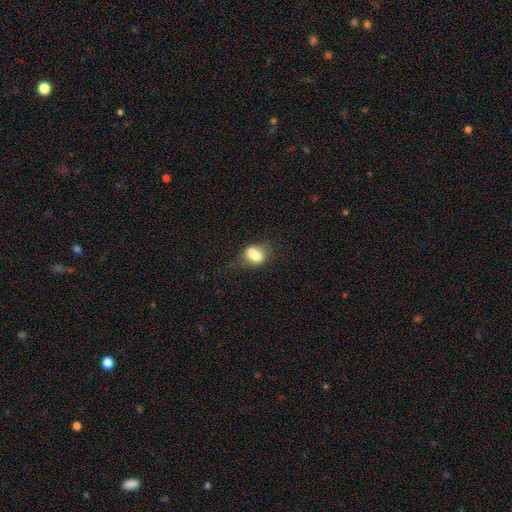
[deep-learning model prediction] Smooth or featured?
  - smooth: 70% *
  - featured or disk: 20%
  - star or artifact: 10%
How rounded?
  - round: 58% *
  - in between: 41%
  - cigar-shaped: 1%
Merging?
  - merger: 40% *
  - none: 37%
  - minor disturbance: 16%
  - major disturbance: 7%